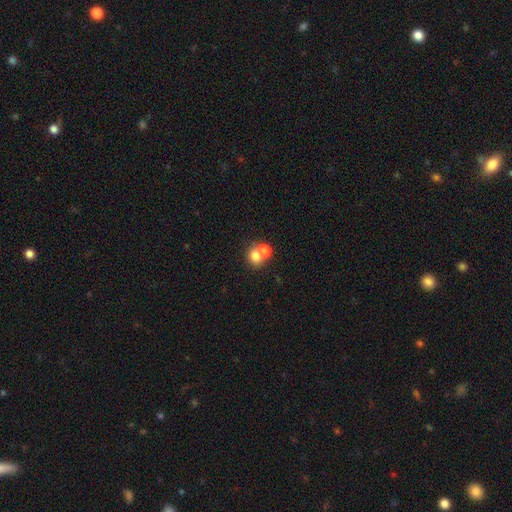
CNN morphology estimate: Smooth or featured? smooth (73%)
How rounded? round (70%)
Merging? merger (59%)